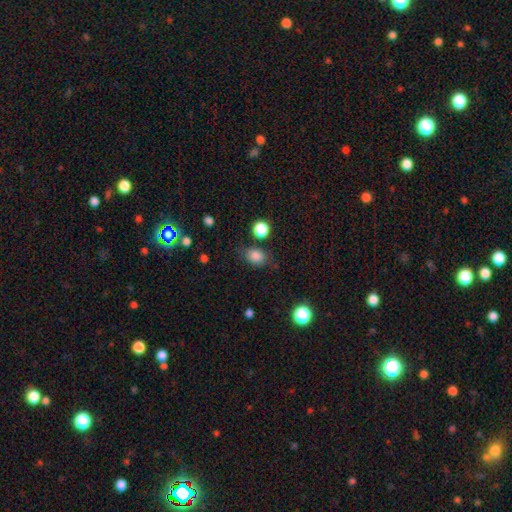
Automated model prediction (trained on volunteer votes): Q: Smooth or featured?
A: smooth (83%); runner-up: star or artifact (11%)
Q: How rounded?
A: in between (56%); runner-up: round (43%)
Q: Merging?
A: none (72%); runner-up: minor disturbance (17%)